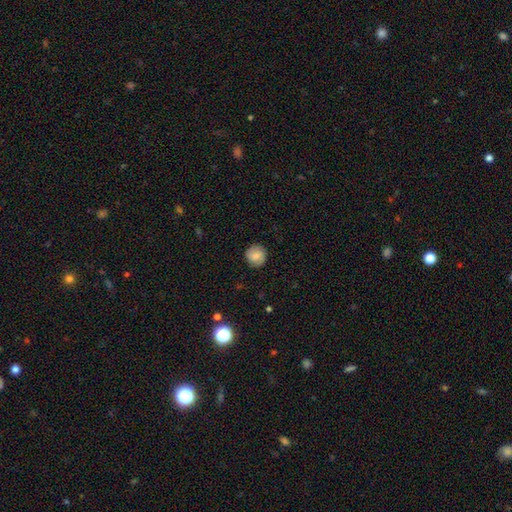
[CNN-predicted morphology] smooth 79%, featured or disk 13%, star or artifact 8%. Down the decision tree: how rounded — round (92%); merging — none (88%).